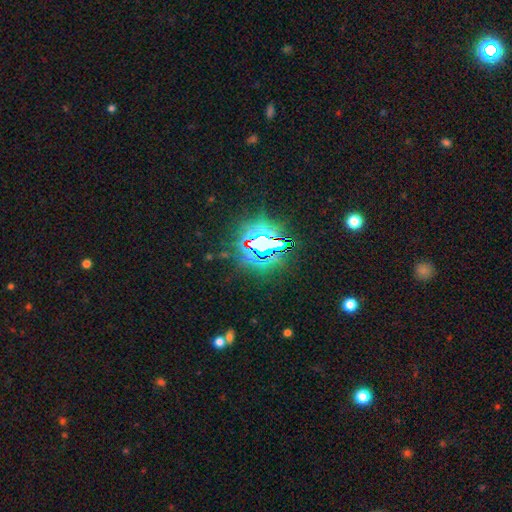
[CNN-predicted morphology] Q: Smooth or featured?
A: star or artifact (81%); runner-up: smooth (10%)